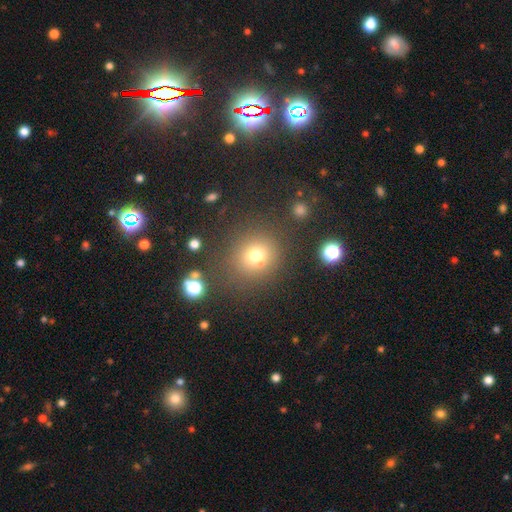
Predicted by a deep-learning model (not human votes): smooth-or-featured: smooth: 73% | star or artifact: 18% | featured or disk: 9%
  how-rounded: round: 86% | in between: 13% | cigar-shaped: 1%
  merging: none: 79% | minor disturbance: 10% | major disturbance: 6% | merger: 5%